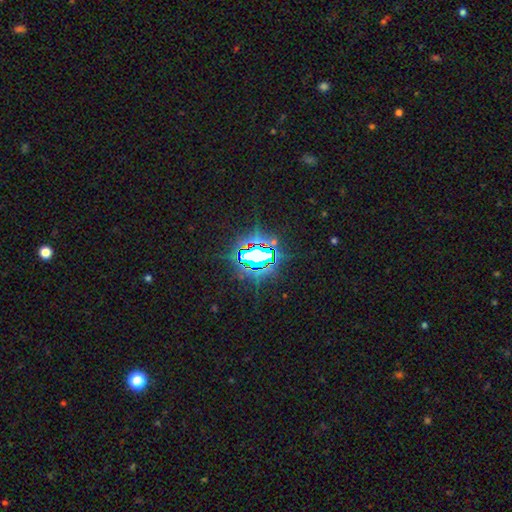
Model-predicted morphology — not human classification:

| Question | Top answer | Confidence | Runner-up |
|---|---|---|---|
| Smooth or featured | star or artifact | 79% | smooth (11%) |